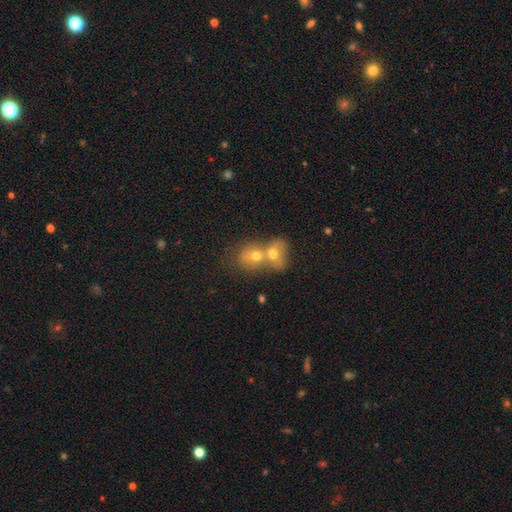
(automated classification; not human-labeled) A smooth galaxy with no disk features (66%) that is round (55%). Merging: merger (76%).